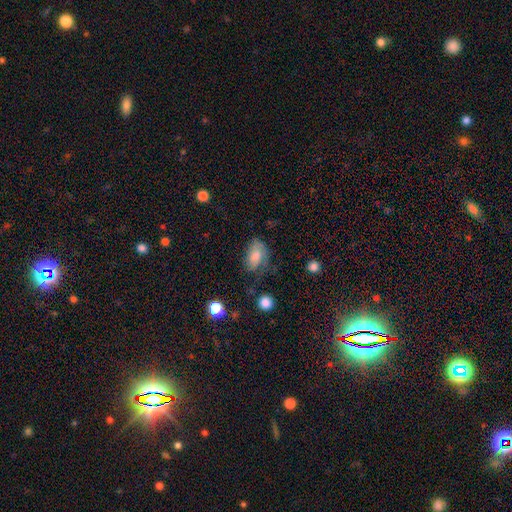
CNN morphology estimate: Overall: smooth (58%; featured or disk 33%). How rounded: in between (85%). Merging: none (47%; minor disturbance 29%).